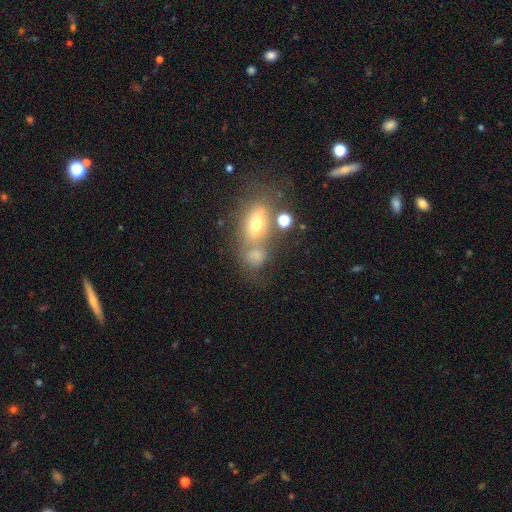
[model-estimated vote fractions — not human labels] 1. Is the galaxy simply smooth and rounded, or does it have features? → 66% smooth, 18% star or artifact, 16% featured or disk.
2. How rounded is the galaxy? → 52% in between, 46% round, 3% cigar-shaped.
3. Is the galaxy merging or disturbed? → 40% none, 35% merger, 14% minor disturbance, 10% major disturbance.